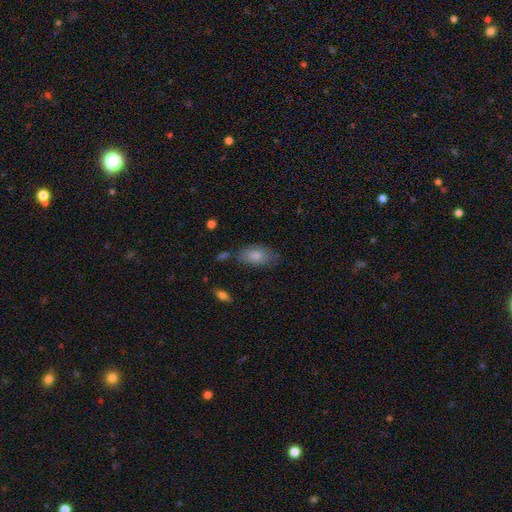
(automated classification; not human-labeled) Smooth or featured? Predicted: smooth (p=0.81). How rounded? Predicted: in between (p=0.92). Merging? Predicted: none (p=0.70).